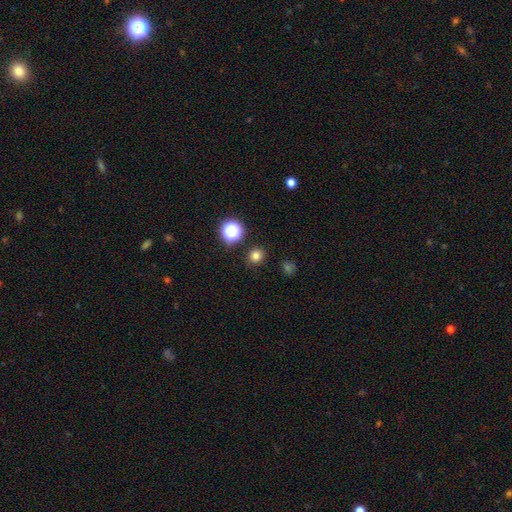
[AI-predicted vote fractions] smooth 79%, star or artifact 17%, featured or disk 5%. Down the decision tree: how rounded — round (86%); merging — none (89%).